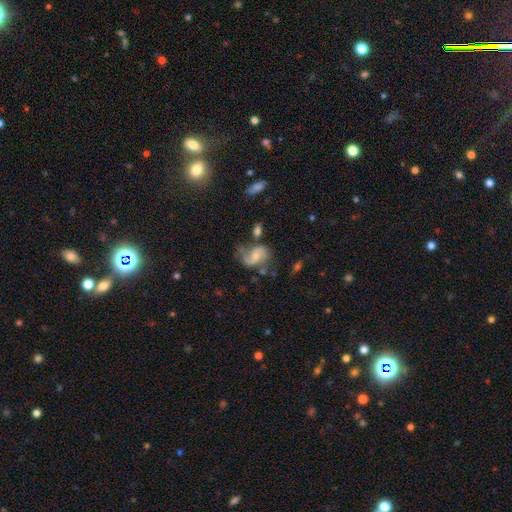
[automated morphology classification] type=featured or disk (67%); edge-on=no (97%); bar=no (47%); spiral arms=yes (89%); winding=loose (45%); arm count=2 (83%); bulge=small (43%); merging=none (46%).